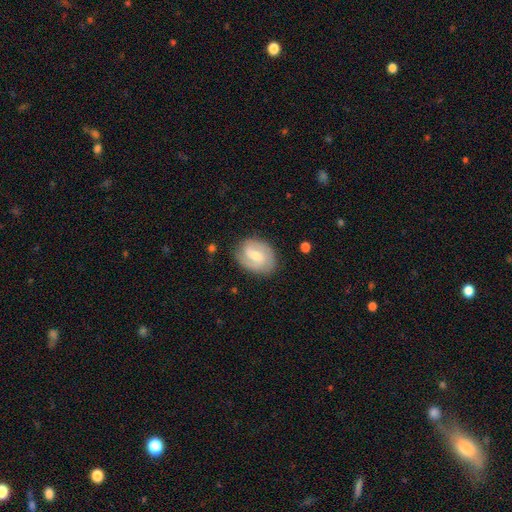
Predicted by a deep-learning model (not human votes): Smooth or featured: featured or disk — 68% (smooth — 27%)
Edge-on disk: no — 97% (yes — 3%)
Bar: weak — 54% (no — 28%)
Spiral arms: yes — 89% (no — 11%)
Spiral winding: medium — 44% (tight — 37%)
Spiral arm count: 2 — 70% (can't tell — 13%)
Bulge size: small — 47% (tied with moderate — 47%)
Merging: none — 77% (minor disturbance — 16%)